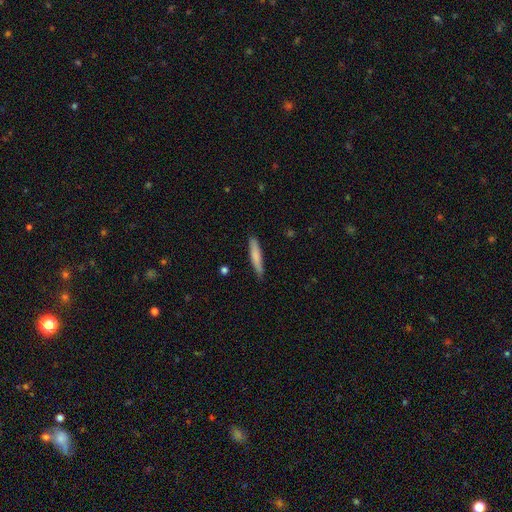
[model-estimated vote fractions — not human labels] Smooth or featured?
  - smooth: 77% *
  - featured or disk: 18%
  - star or artifact: 5%
How rounded?
  - cigar-shaped: 91% *
  - in between: 8%
  - round: 1%
Merging?
  - none: 83% *
  - minor disturbance: 13%
  - major disturbance: 2%
  - merger: 1%